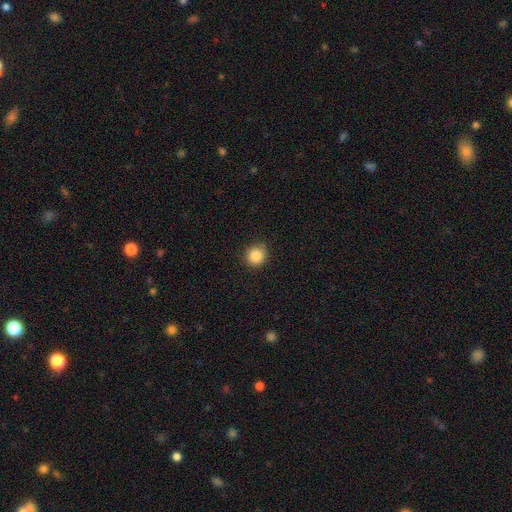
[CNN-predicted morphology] The model was most divided on "merging": none: 84%, minor disturbance: 13%, major disturbance: 2%, merger: 1%. More confident: how rounded — round (91%); smooth or featured — smooth (87%).